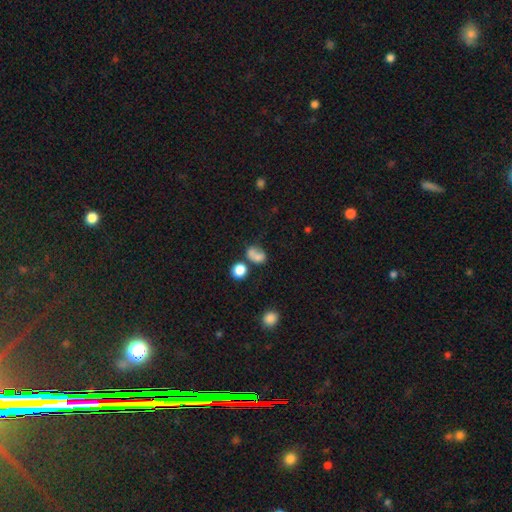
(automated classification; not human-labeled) This appears to be a smooth galaxy with no disk features (70%) that is in between round and cigar-shaped (54%). Merging: merger (41%).